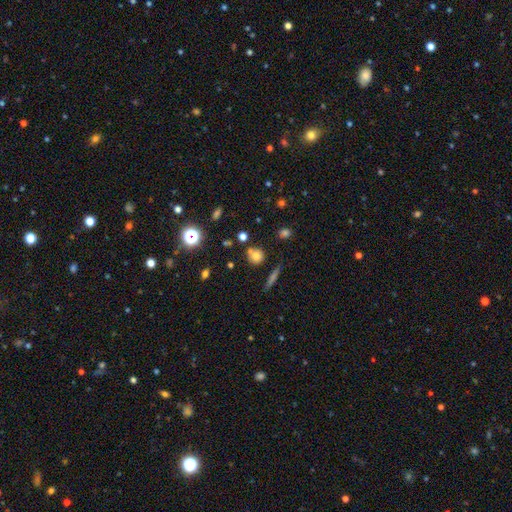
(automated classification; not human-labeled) Morphology: type=smooth (71%); roundness=round (86%); merging=none (72%).